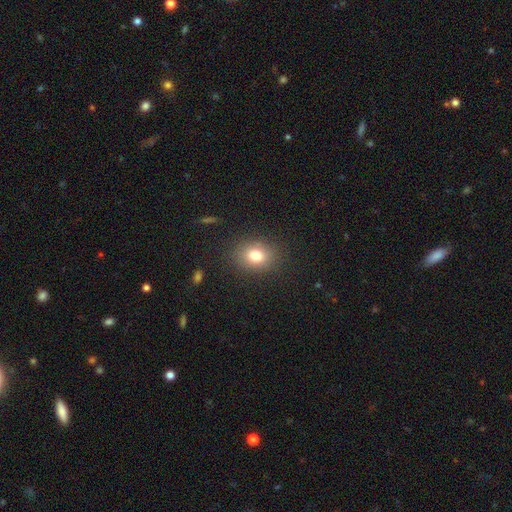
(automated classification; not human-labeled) A smooth galaxy with no disk features (78%) that is in between round and cigar-shaped (53%).

Vote fractions:
- Smooth or featured? smooth: 78% / star or artifact: 12% / featured or disk: 10%
- How rounded? in between: 53% / round: 46% / cigar-shaped: 1%
- Merging? none: 86% / minor disturbance: 10% / major disturbance: 4% / merger: 1%